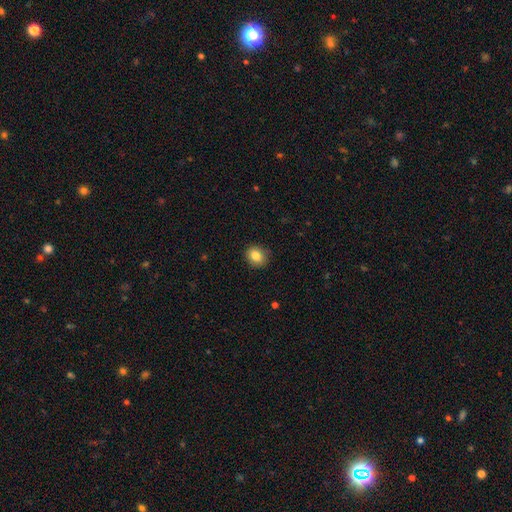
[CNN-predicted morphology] A smooth galaxy with no disk features (85%) that is round (64%). Merging: none (88%).